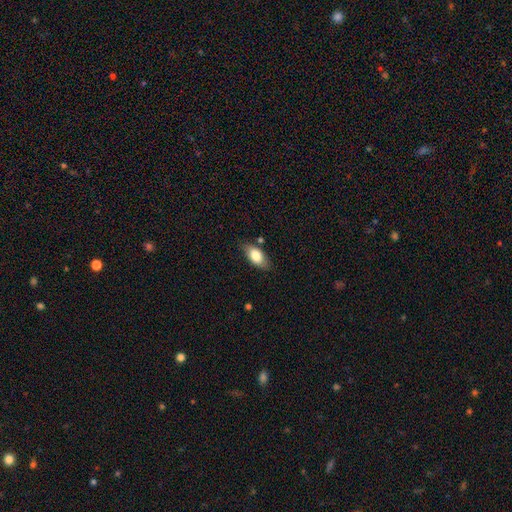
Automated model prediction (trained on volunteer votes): Q: Smooth or featured?
A: smooth (77%); runner-up: featured or disk (16%)
Q: How rounded?
A: in between (89%); runner-up: cigar-shaped (6%)
Q: Merging?
A: none (77%); runner-up: minor disturbance (17%)